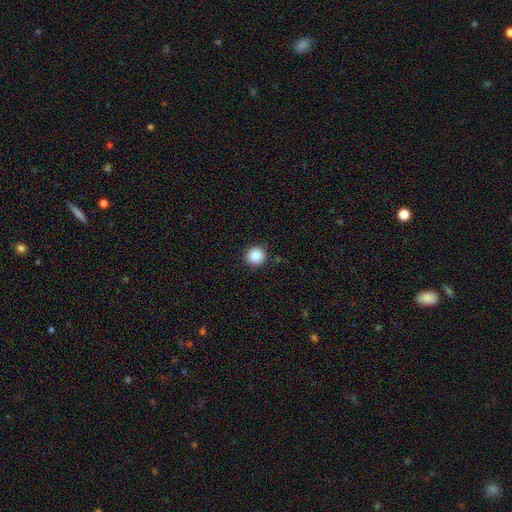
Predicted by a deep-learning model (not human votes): Smooth or featured? Predicted: smooth (p=0.87). How rounded? Predicted: round (p=0.94). Merging? Predicted: none (p=0.92).